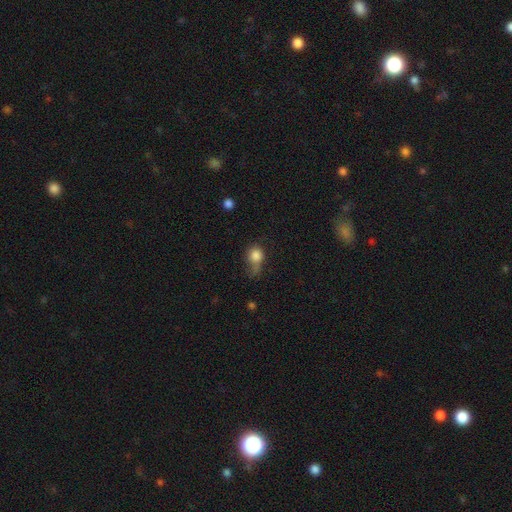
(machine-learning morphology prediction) Q: Smooth or featured?
A: smooth (80%); runner-up: featured or disk (10%)
Q: How rounded?
A: round (72%); runner-up: in between (26%)
Q: Merging?
A: none (32%); runner-up: minor disturbance (30%)